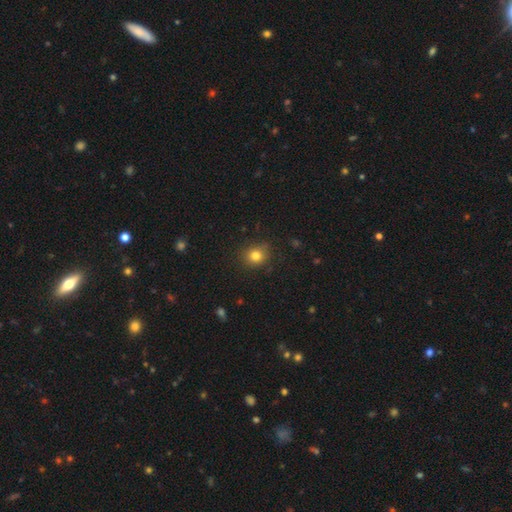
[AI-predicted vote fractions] smooth-or-featured: smooth: 81% | star or artifact: 13% | featured or disk: 7%
  how-rounded: round: 80% | in between: 19% | cigar-shaped: 1%
  merging: none: 85% | minor disturbance: 11% | major disturbance: 3% | merger: 1%